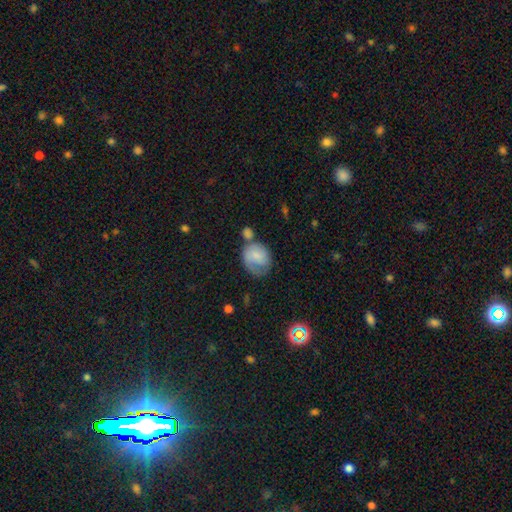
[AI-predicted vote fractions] smooth-or-featured: smooth: 62% | featured or disk: 30% | star or artifact: 8%
  how-rounded: round: 60% | in between: 39% | cigar-shaped: 1%
  merging: none: 37% | minor disturbance: 27% | major disturbance: 20% | merger: 16%